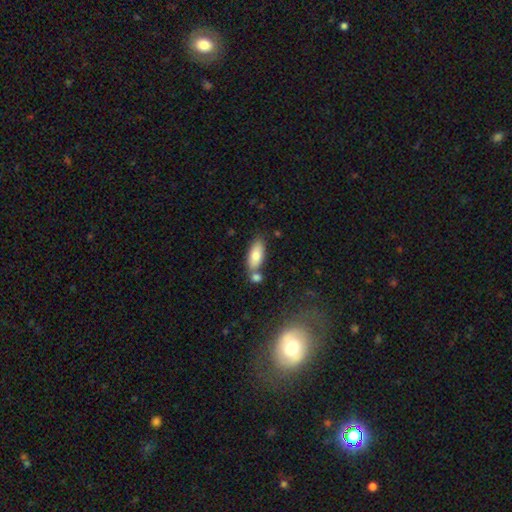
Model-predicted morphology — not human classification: smooth-or-featured: smooth: 79% | featured or disk: 14% | star or artifact: 7%
  how-rounded: in between: 81% | cigar-shaped: 17% | round: 2%
  merging: none: 63% | merger: 20% | minor disturbance: 13% | major disturbance: 3%